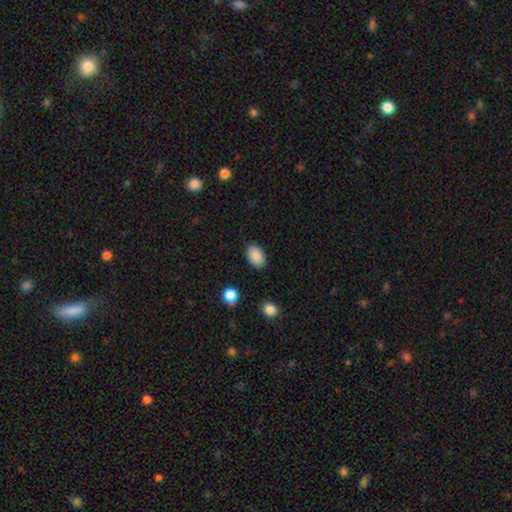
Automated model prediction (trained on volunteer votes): This appears to be a smooth galaxy with no disk features (89%) that is in between round and cigar-shaped (84%). Merging: none (87%).